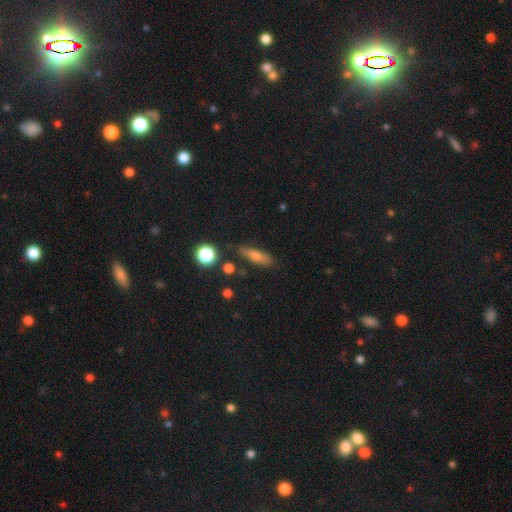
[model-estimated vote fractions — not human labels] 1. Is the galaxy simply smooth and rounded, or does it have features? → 62% smooth, 27% featured or disk, 11% star or artifact.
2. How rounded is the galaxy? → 58% cigar-shaped, 36% in between, 6% round.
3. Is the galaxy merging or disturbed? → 80% none, 13% minor disturbance, 3% merger, 3% major disturbance.